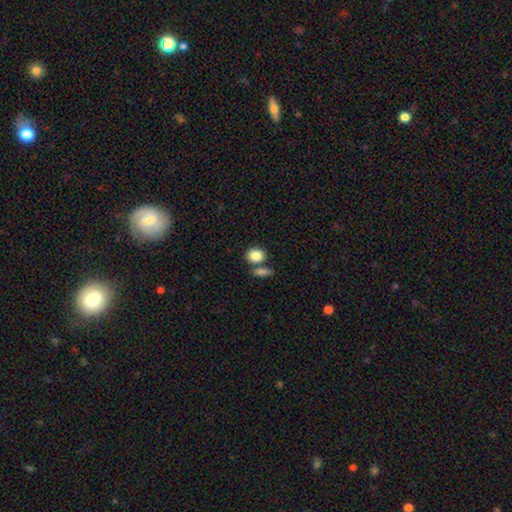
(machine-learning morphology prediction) A smooth galaxy with no disk features (86%) that is round (55%).

Vote fractions:
- Smooth or featured? smooth: 86% / star or artifact: 8% / featured or disk: 6%
- How rounded? round: 55% / in between: 43% / cigar-shaped: 2%
- Merging? none: 62% / merger: 23% / minor disturbance: 11% / major disturbance: 4%